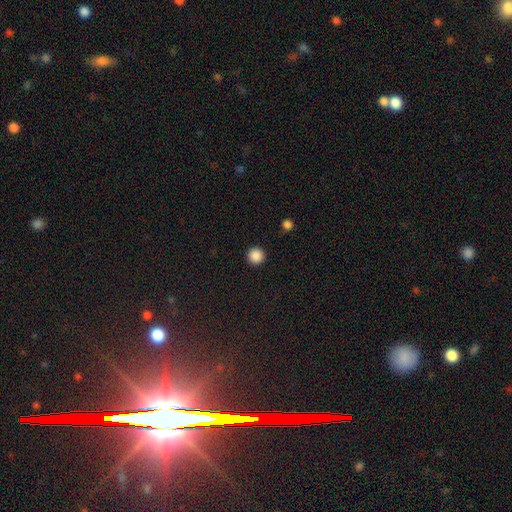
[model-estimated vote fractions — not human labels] This appears to be a smooth galaxy with no disk features (87%) that is round (96%). Merging: none (93%).